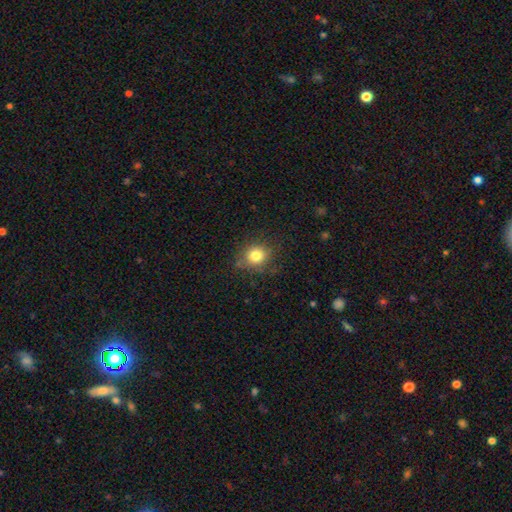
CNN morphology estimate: Smooth or featured: smooth — 80% (star or artifact — 12%)
How rounded: round — 79% (in between — 20%)
Merging: none — 78% (minor disturbance — 16%)